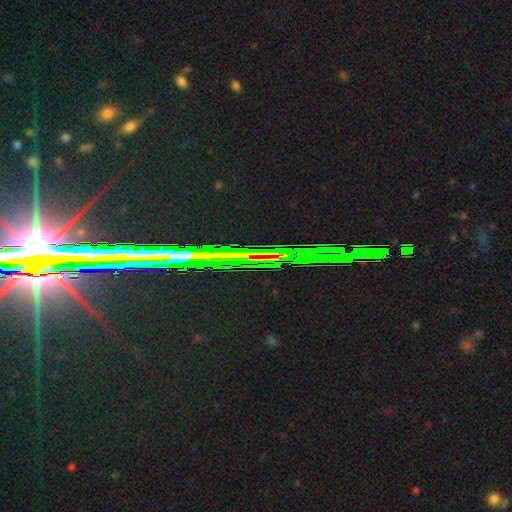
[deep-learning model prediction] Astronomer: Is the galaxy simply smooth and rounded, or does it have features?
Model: star or artifact — 77%.